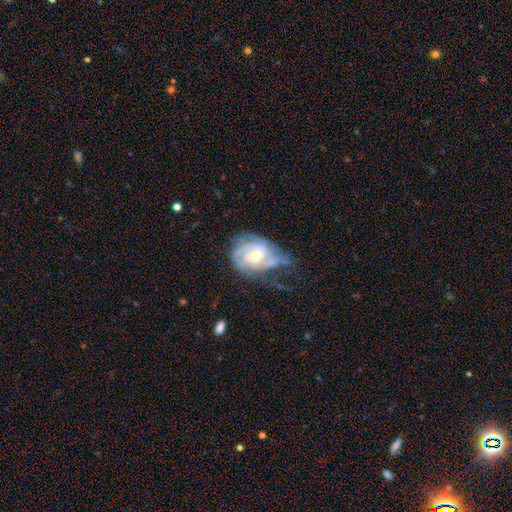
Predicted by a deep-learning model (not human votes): Smooth or featured? featured or disk (81%)
Edge-on disk? no (97%)
Bar? no (66%)
Spiral arms? yes (92%)
Spiral winding? tight (61%)
Spiral arm count? can't tell (34%)
Bulge size? small (53%)
Merging? none (41%)